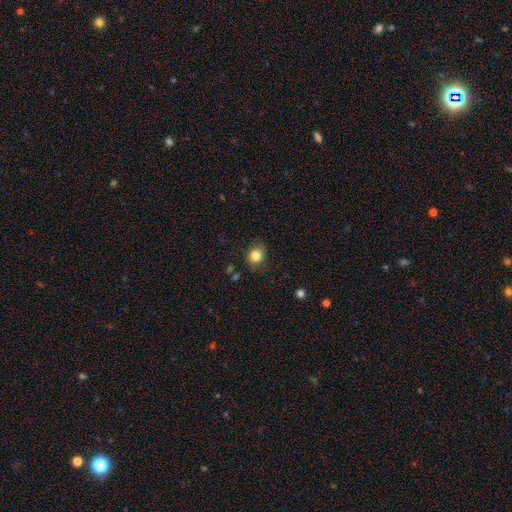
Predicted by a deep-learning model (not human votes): Smooth or featured?
  - smooth: 82% *
  - star or artifact: 11%
  - featured or disk: 7%
How rounded?
  - round: 72% *
  - in between: 27%
  - cigar-shaped: 1%
Merging?
  - none: 82% *
  - minor disturbance: 13%
  - major disturbance: 3%
  - merger: 1%